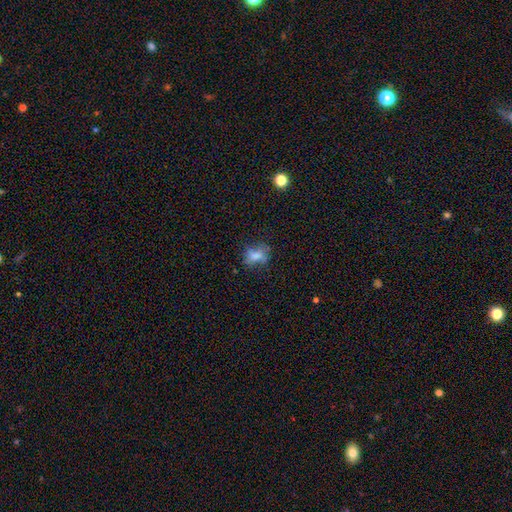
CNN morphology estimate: type=smooth (65%); roundness=in between (64%); merging=none (56%).